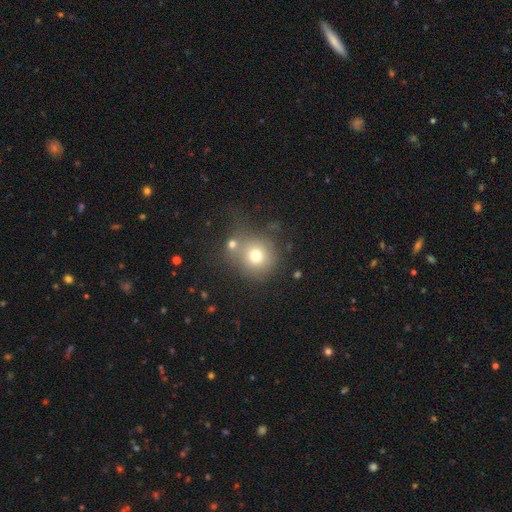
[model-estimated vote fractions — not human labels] Morphology: type=smooth (72%); roundness=round (89%); merging=none (54%).